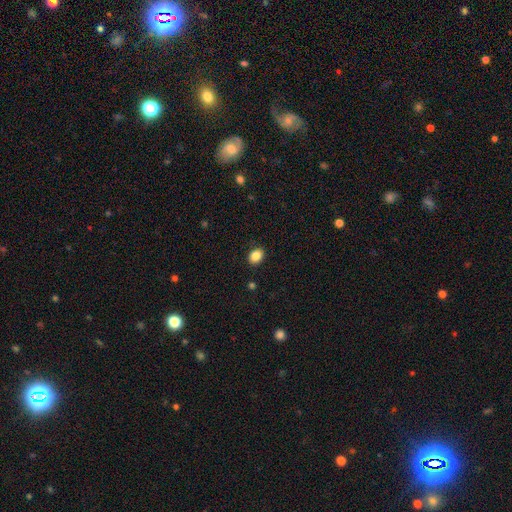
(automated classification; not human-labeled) A smooth galaxy with no disk features (87%) that is in between round and cigar-shaped (62%). Merging: none (89%).